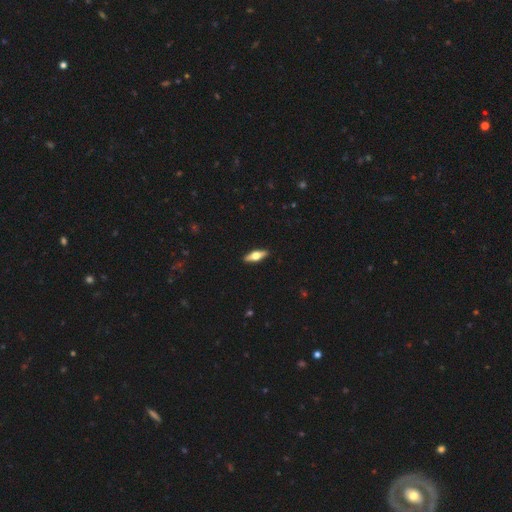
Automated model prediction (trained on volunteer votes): Smooth or featured? Predicted: featured or disk (p=0.50). Edge-on disk? Predicted: yes (p=0.90). Merging? Predicted: none (p=0.91).